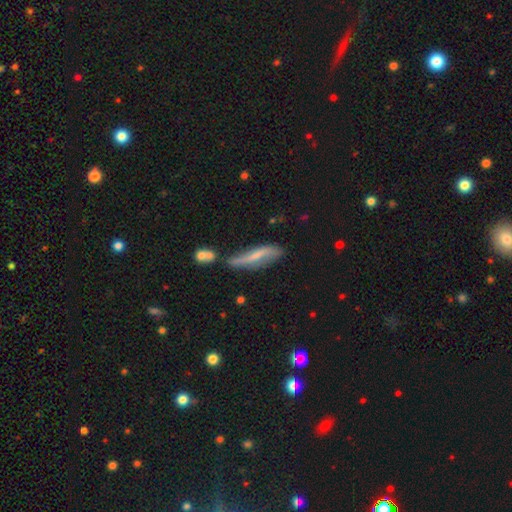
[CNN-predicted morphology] Smooth or featured? Predicted: featured or disk (p=0.53). Edge-on disk? Predicted: yes (p=0.51). Merging? Predicted: none (p=0.49).